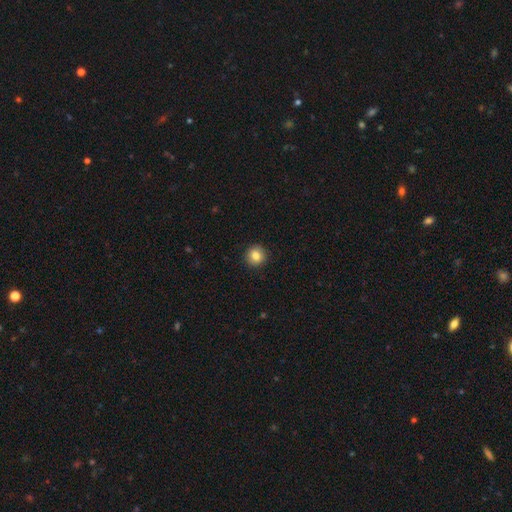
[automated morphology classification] A smooth galaxy with no disk features (83%) that is round (93%). Merging: none (92%).